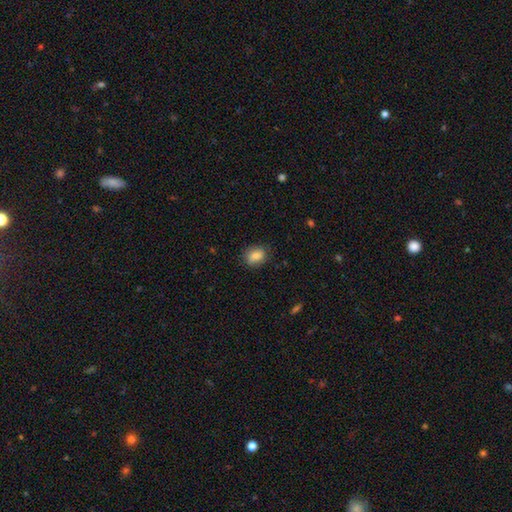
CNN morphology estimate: smooth_or_featured: smooth (p=0.82) [alt: featured or disk p=0.10]
how_rounded: in between (p=0.62) [alt: round p=0.36]
merging: none (p=0.79) [alt: minor disturbance p=0.16]